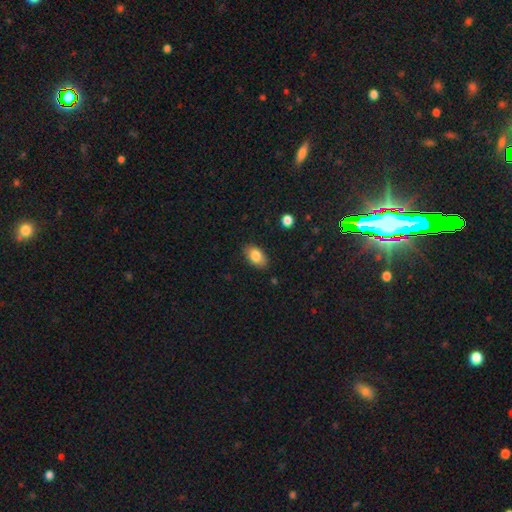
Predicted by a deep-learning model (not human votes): The model was most divided on "smooth or featured": smooth: 82%, featured or disk: 11%, star or artifact: 8%. More confident: how rounded — in between (90%); merging — none (84%).